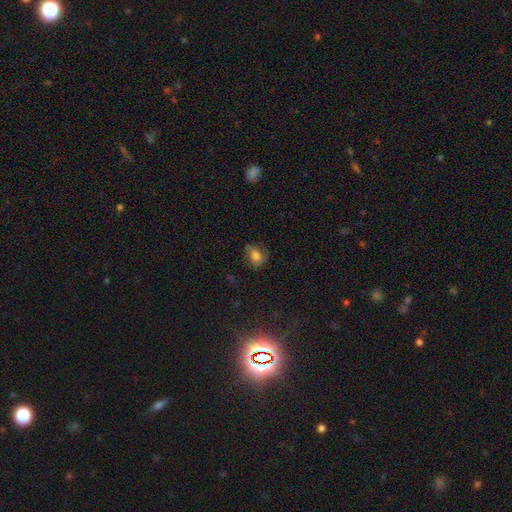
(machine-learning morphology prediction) This is likely a smooth galaxy (67%). How rounded: possibly in between (55%). Merging: likely none (64%).